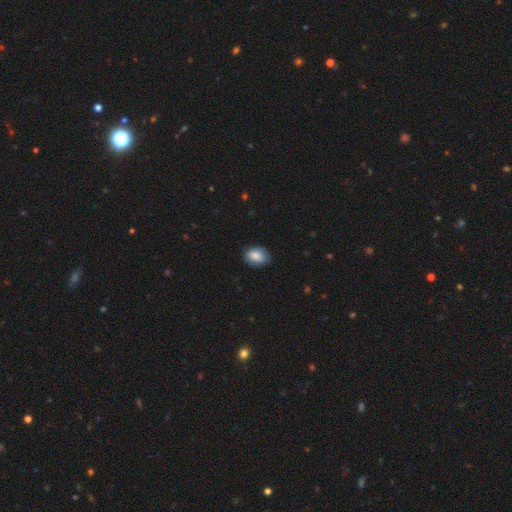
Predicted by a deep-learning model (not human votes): smooth_or_featured: smooth (p=0.85) [alt: featured or disk p=0.08]
how_rounded: in between (p=0.79) [alt: round p=0.20]
merging: none (p=0.76) [alt: minor disturbance p=0.20]